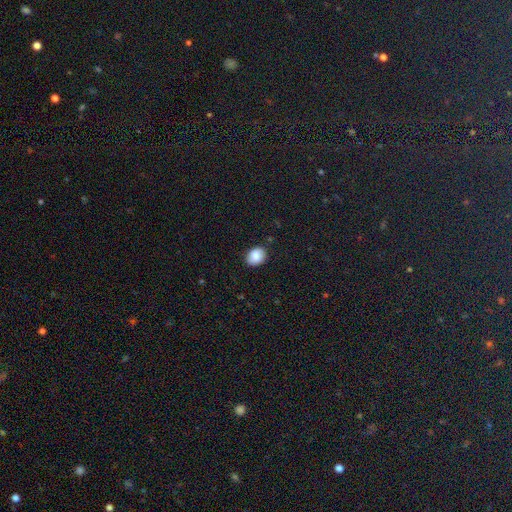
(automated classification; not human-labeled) Smooth or featured?
  - smooth: 84% *
  - star or artifact: 8%
  - featured or disk: 8%
How rounded?
  - in between: 54% *
  - round: 45%
  - cigar-shaped: 1%
Merging?
  - none: 82% *
  - minor disturbance: 14%
  - major disturbance: 3%
  - merger: 1%